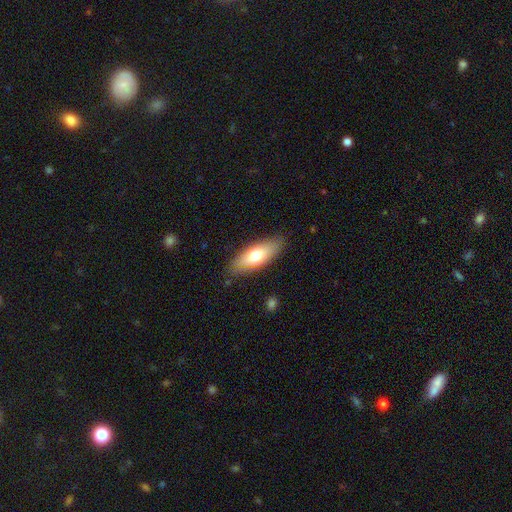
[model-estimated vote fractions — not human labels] This appears to be a smooth galaxy with no disk features (69%) that is in between round and cigar-shaped (71%). Merging: none (83%).